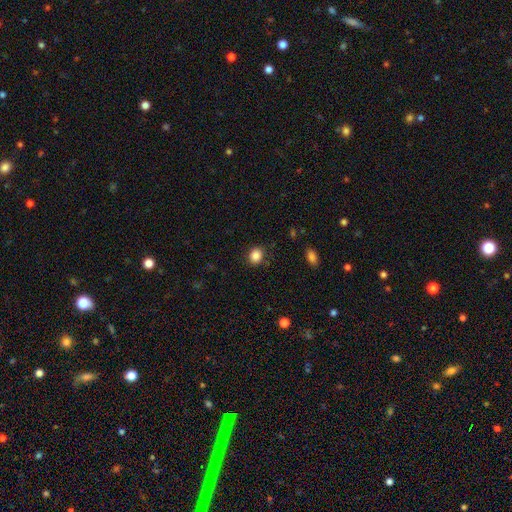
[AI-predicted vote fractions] smooth_or_featured: smooth (p=0.86) [alt: star or artifact p=0.10]
how_rounded: round (p=0.65) [alt: in between p=0.34]
merging: none (p=0.86) [alt: minor disturbance p=0.10]